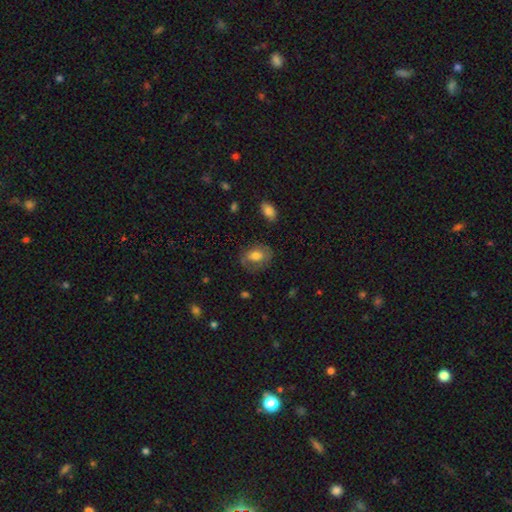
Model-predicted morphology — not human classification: This is possibly a smooth galaxy (59%). How rounded: likely in between (67%). Merging: likely none (67%).